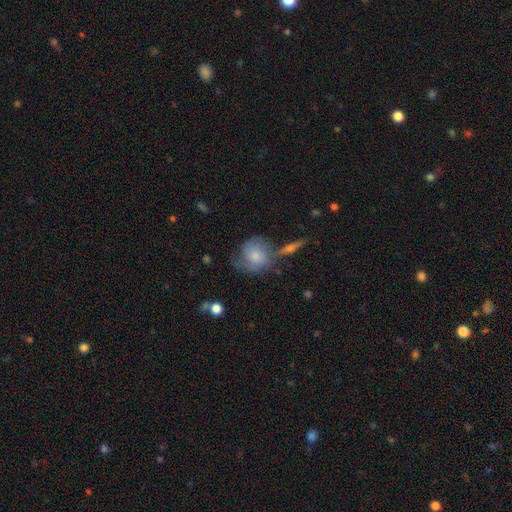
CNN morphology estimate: type=smooth (63%); roundness=round (78%); merging=none (45%).